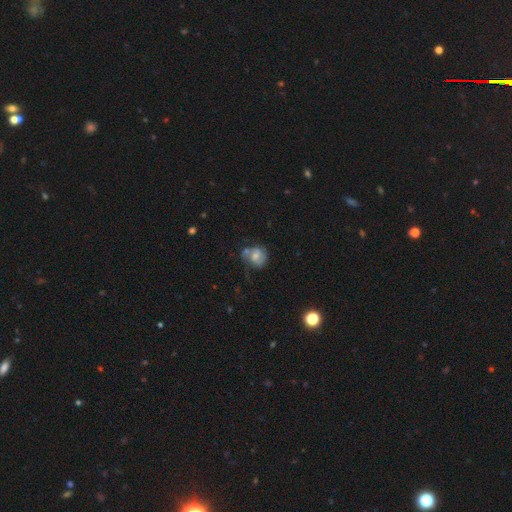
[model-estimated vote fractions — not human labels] Overall: featured or disk (59%; smooth 32%). Edge-on disk: no (98%). Bar: no (58%; weak 35%). Spiral arms: yes (83%). Bulge size: moderate (52%; small 34%). Merging: none (51%; minor disturbance 24%).